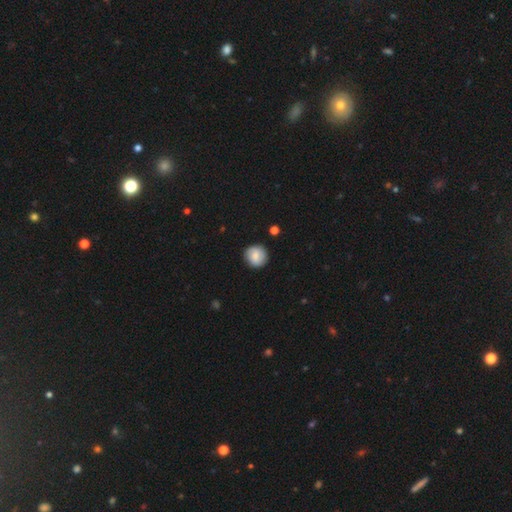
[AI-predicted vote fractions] A smooth galaxy with no disk features (70%) that is round (91%). Merging: none (86%).